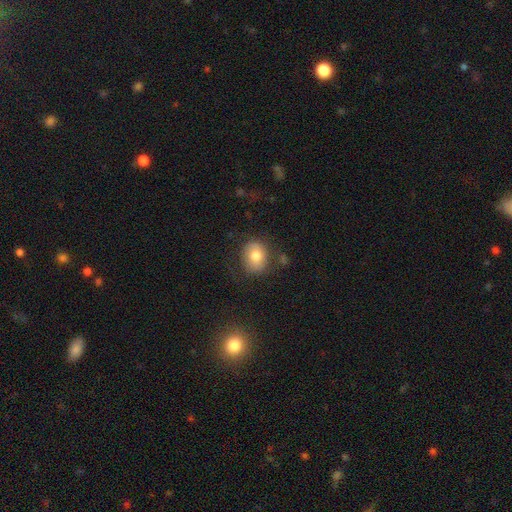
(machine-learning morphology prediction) smooth 76%, featured or disk 16%, star or artifact 9%. Down the decision tree: how rounded — round (55%); merging — none (73%).